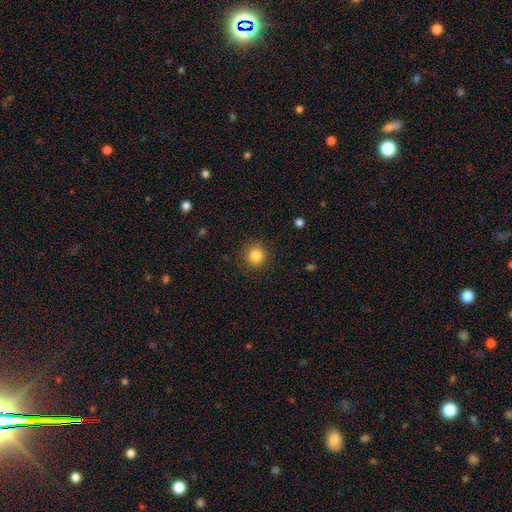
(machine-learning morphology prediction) Smooth or featured? Predicted: smooth (p=0.85). How rounded? Predicted: round (p=0.92). Merging? Predicted: none (p=0.89).